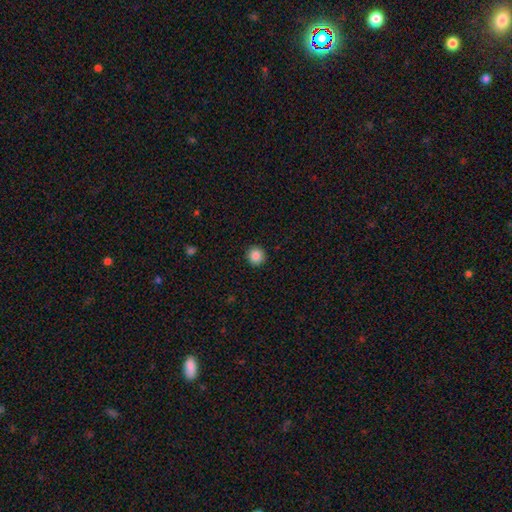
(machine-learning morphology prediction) Smooth or featured: smooth — 87% (star or artifact — 9%)
How rounded: round — 94% (in between — 5%)
Merging: none — 93% (minor disturbance — 5%)